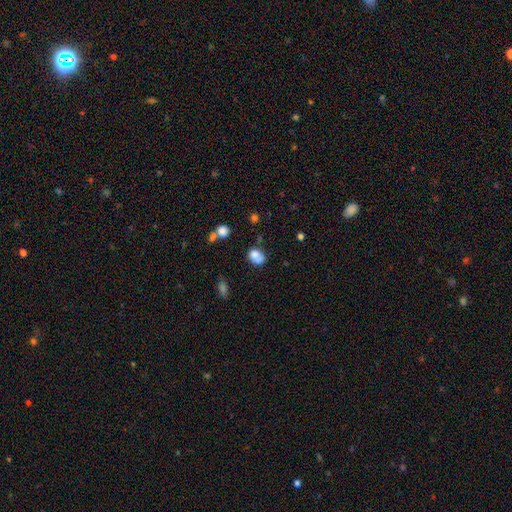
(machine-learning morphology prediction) Smooth or featured? smooth (77%)
How rounded? in between (61%)
Merging? none (44%)